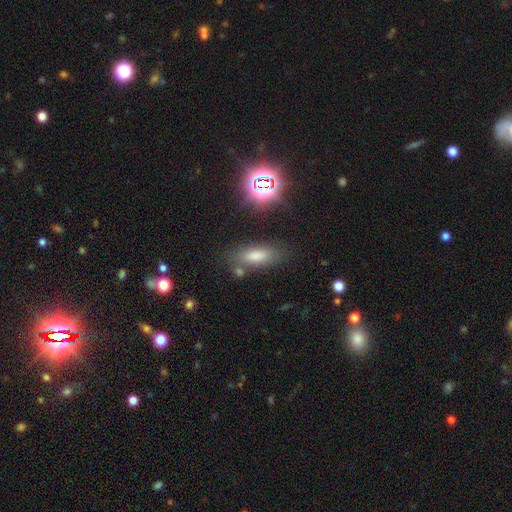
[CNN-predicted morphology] A smooth galaxy with no disk features (69%) that is in between round and cigar-shaped (67%).

Vote fractions:
- Smooth or featured? smooth: 69% / star or artifact: 19% / featured or disk: 12%
- How rounded? in between: 67% / cigar-shaped: 28% / round: 5%
- Merging? none: 77% / minor disturbance: 13% / merger: 6% / major disturbance: 4%